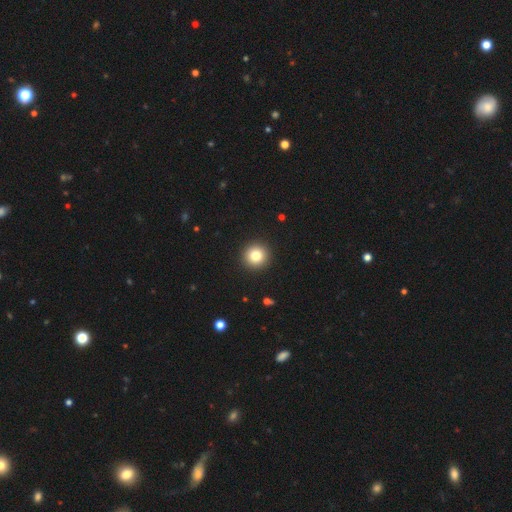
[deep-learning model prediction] Q: Smooth or featured?
A: smooth (81%); runner-up: star or artifact (11%)
Q: How rounded?
A: round (95%); runner-up: in between (4%)
Q: Merging?
A: none (93%); runner-up: minor disturbance (4%)